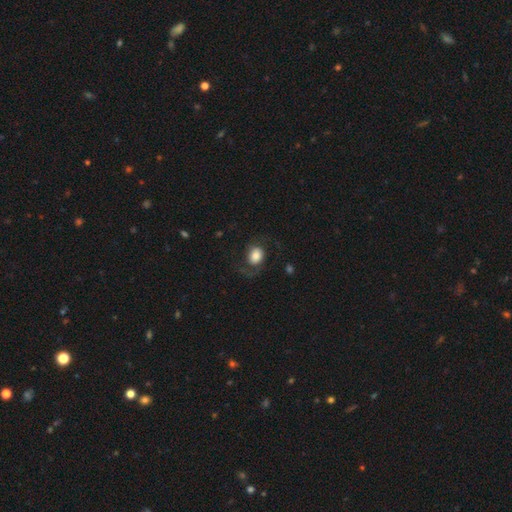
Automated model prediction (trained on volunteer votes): Smooth or featured? smooth (59%)
How rounded? round (53%)
Merging? none (57%)